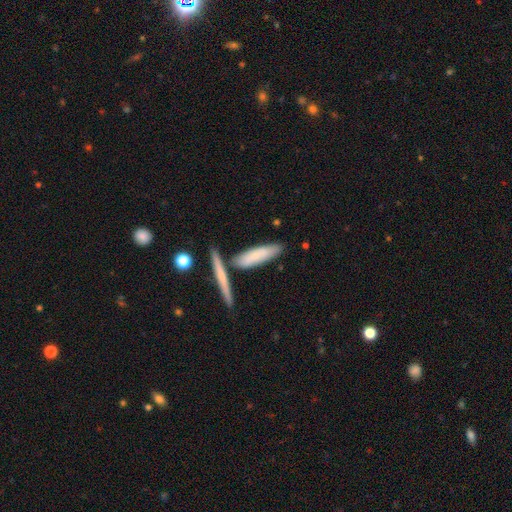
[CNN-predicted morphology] type=smooth (71%); roundness=cigar-shaped (72%); merging=none (67%).